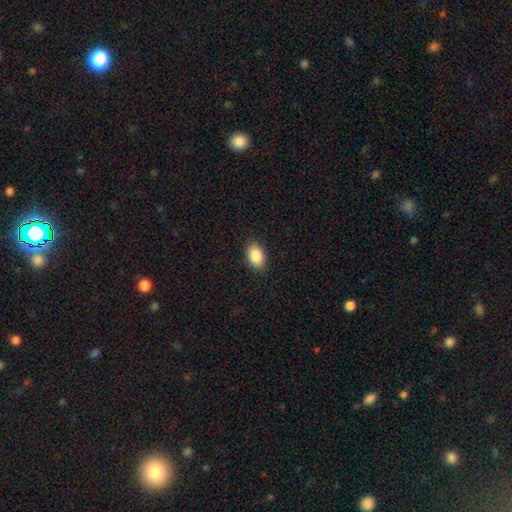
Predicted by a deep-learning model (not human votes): Smooth or featured?
  - smooth: 87% *
  - star or artifact: 7%
  - featured or disk: 5%
How rounded?
  - in between: 89% *
  - round: 10%
  - cigar-shaped: 1%
Merging?
  - none: 89% *
  - minor disturbance: 8%
  - major disturbance: 2%
  - merger: 1%